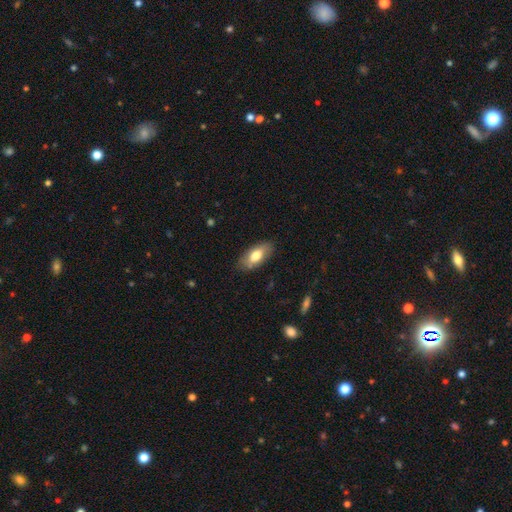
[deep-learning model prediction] smooth-or-featured: smooth: 73% | featured or disk: 20% | star or artifact: 6%
  how-rounded: in between: 89% | cigar-shaped: 8% | round: 3%
  merging: none: 83% | minor disturbance: 13% | major disturbance: 3% | merger: 1%